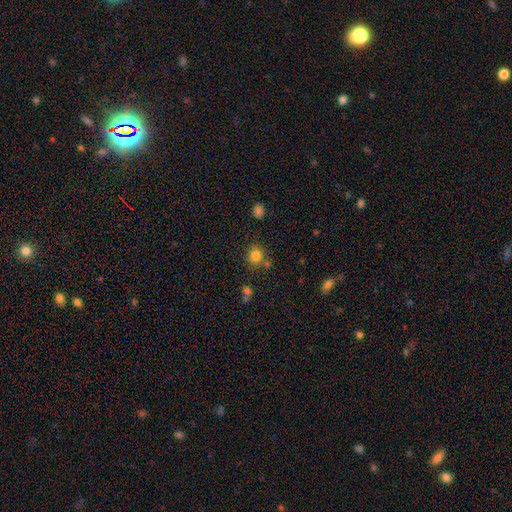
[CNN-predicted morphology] smooth_or_featured: smooth (p=0.80) [alt: star or artifact p=0.14]
how_rounded: round (p=0.85) [alt: in between p=0.14]
merging: none (p=0.70) [alt: minor disturbance p=0.14]